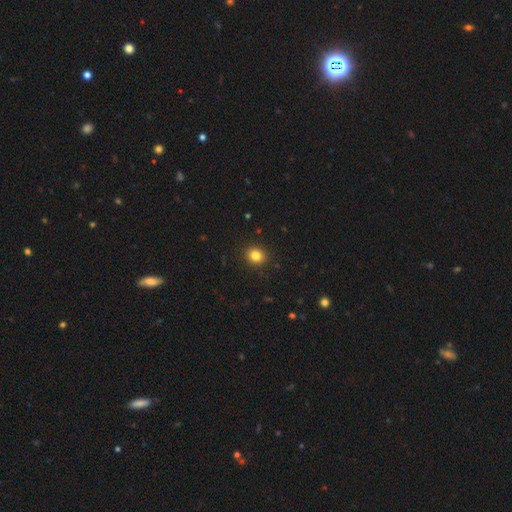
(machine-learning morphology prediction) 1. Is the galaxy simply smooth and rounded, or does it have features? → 83% smooth, 12% star or artifact, 5% featured or disk.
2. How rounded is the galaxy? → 78% round, 21% in between, 1% cigar-shaped.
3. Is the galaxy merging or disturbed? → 92% none, 6% minor disturbance, 2% major disturbance, 1% merger.